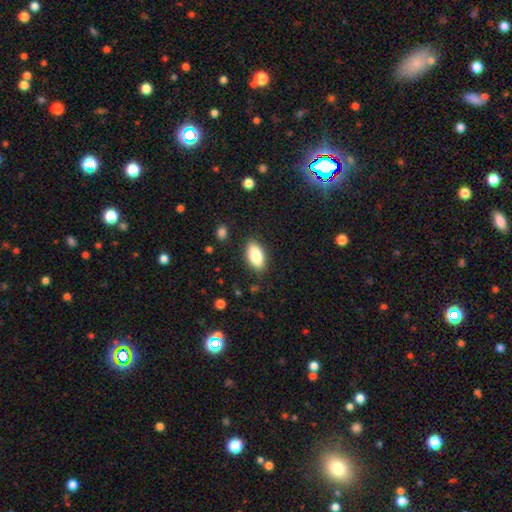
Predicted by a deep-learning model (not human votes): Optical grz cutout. It shows a smooth galaxy with no disk features (82%) that is in between round and cigar-shaped (91%). Merging: none (87%).